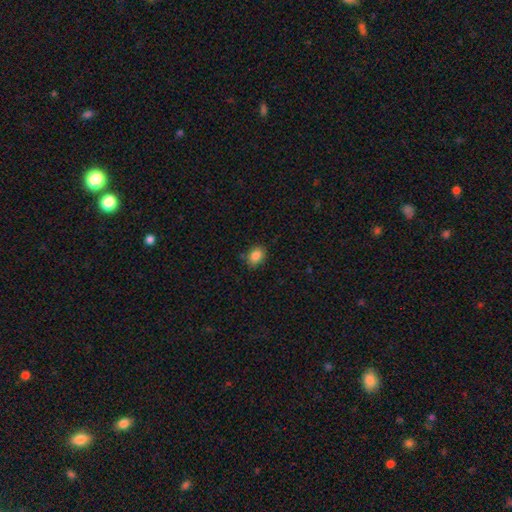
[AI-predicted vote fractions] The model was most divided on "how rounded": in between: 67%, round: 32%, cigar-shaped: 1%. More confident: smooth or featured — smooth (86%); merging — none (82%).